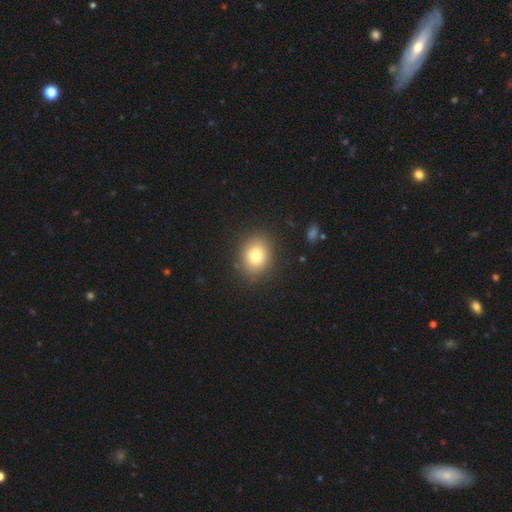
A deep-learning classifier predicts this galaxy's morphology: The model was most divided on "how rounded": round: 56%, in between: 43%, cigar-shaped: 1%. More confident: merging — none (87%); smooth or featured — smooth (77%).